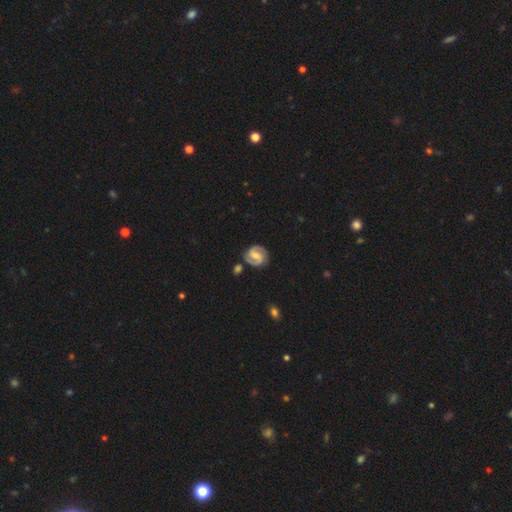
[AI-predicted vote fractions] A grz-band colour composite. It shows a featured or disk galaxy (82%) with a weak bar (51%), 2 (91%) medium (49%) spiral arms (96%) and a moderate central bulge (46%). Merging: none (79%).